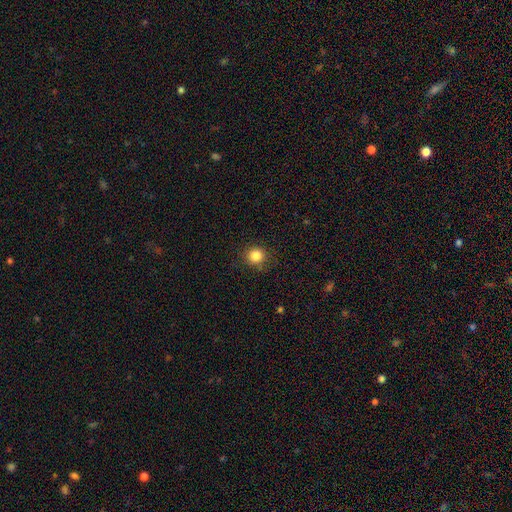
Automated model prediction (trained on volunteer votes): Overall: smooth (84%). How rounded: round (92%). Merging: none (88%).